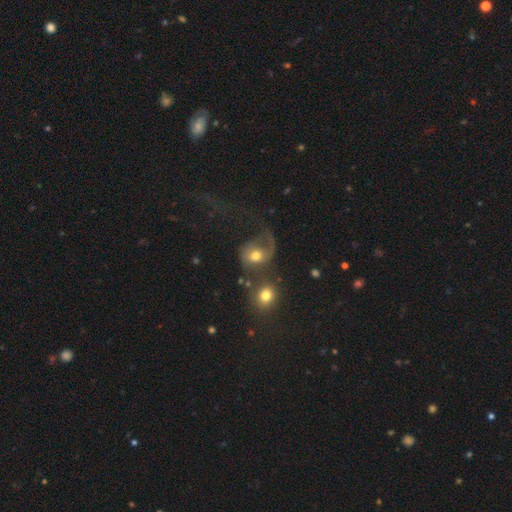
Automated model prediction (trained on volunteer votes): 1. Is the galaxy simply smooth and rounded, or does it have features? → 45% smooth, 43% featured or disk, 12% star or artifact.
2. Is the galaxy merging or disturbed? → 38% major disturbance, 26% none, 23% merger, 13% minor disturbance.